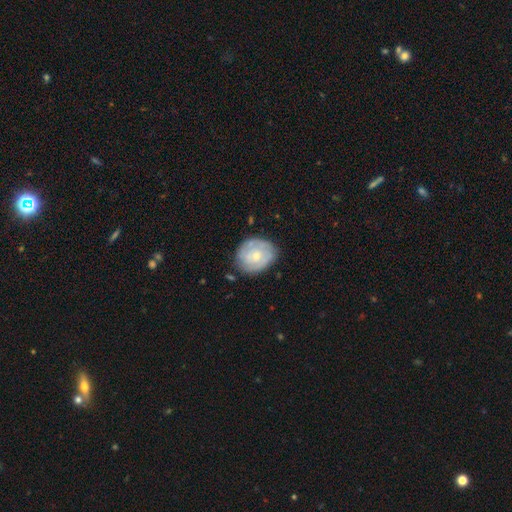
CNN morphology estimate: smooth-or-featured: featured or disk: 59% | smooth: 35% | star or artifact: 6%
  disk-edge-on: no: 97% | yes: 3%
    bar: no: 82% | weak: 16% | strong: 2%
    has-spiral-arms: yes: 74% | no: 26%
    bulge-size: small: 57% | moderate: 39% | large: 2% | none: 2% | dominant: 1%
  merging: none: 76% | minor disturbance: 17% | major disturbance: 5% | merger: 2%